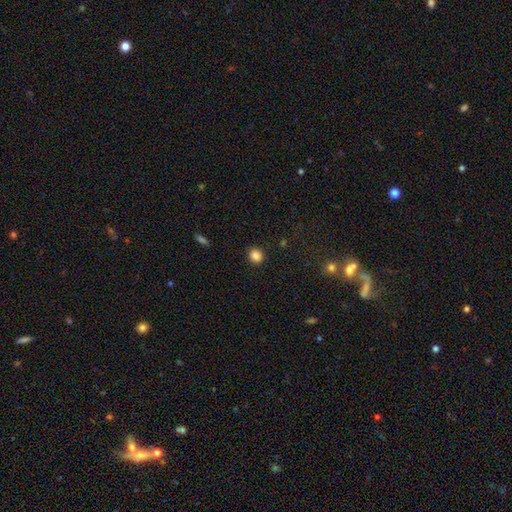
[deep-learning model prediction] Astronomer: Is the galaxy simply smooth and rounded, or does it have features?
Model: smooth — 85%.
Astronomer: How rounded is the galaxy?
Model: round — 78%.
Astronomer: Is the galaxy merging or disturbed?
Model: none — 91%.